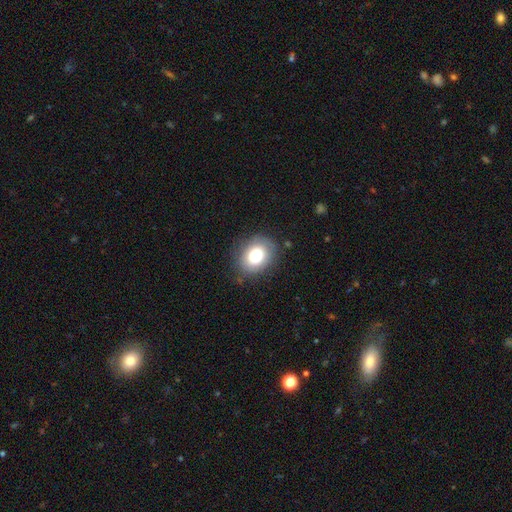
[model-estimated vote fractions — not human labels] smooth-or-featured: smooth: 80% | featured or disk: 12% | star or artifact: 8%
  how-rounded: in between: 56% | round: 43% | cigar-shaped: 1%
  merging: none: 79% | minor disturbance: 14% | major disturbance: 5% | merger: 2%